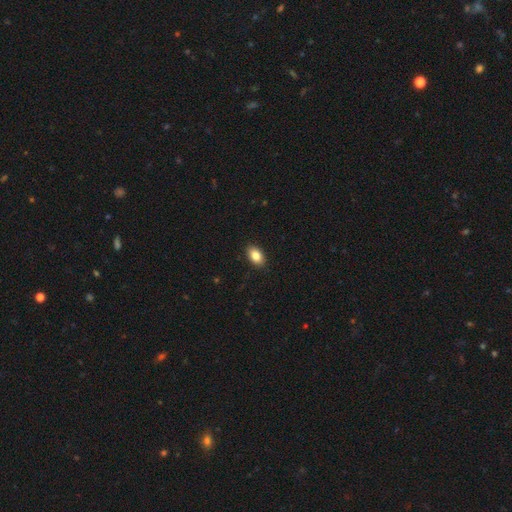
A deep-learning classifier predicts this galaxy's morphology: This appears to be a smooth galaxy with no disk features (85%) that is in between round and cigar-shaped (89%). Merging: none (90%).